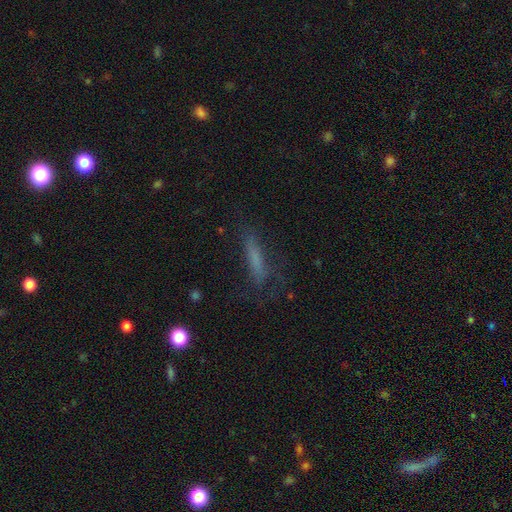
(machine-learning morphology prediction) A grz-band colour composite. It shows a smooth galaxy with no disk features (52%) that is cigar-shaped (80%). Merging: none (67%).